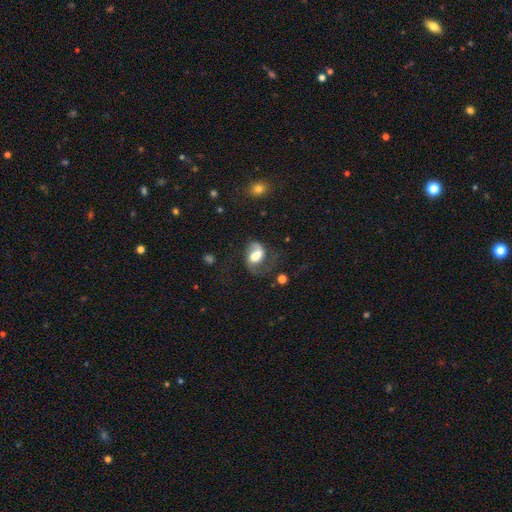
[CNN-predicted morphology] Q: Smooth or featured?
A: featured or disk (61%); runner-up: smooth (31%)
Q: Edge-on disk?
A: no (97%); runner-up: yes (3%)
Q: Bar?
A: weak (42%); runner-up: no (40%)
Q: Spiral arms?
A: yes (83%); runner-up: no (17%)
Q: Bulge size?
A: moderate (42%); runner-up: large (36%)
Q: Merging?
A: none (36%); runner-up: major disturbance (35%)